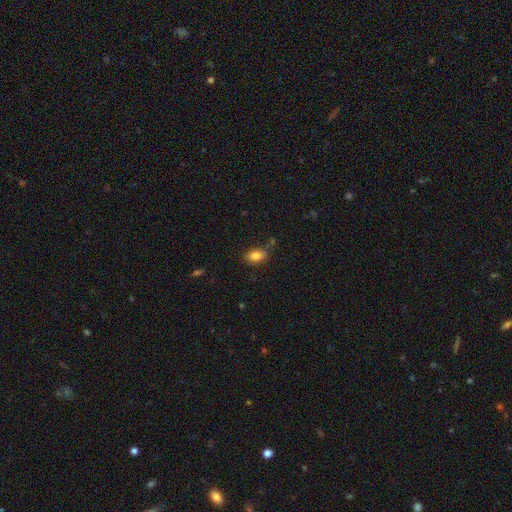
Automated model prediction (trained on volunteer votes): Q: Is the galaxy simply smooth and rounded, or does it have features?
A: smooth — 84%.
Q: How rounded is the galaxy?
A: in between — 85%.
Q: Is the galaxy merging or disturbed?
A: none — 77%.